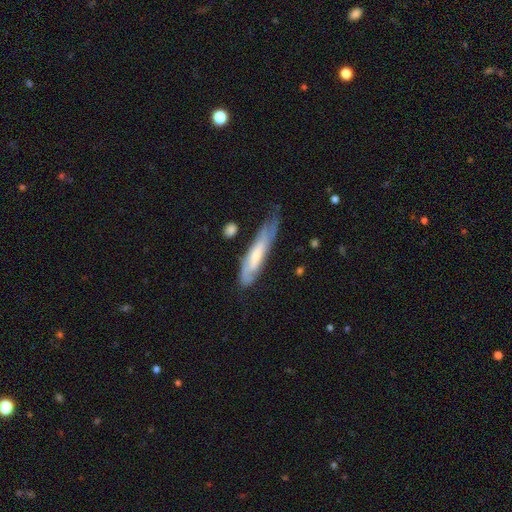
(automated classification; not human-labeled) A featured or disk galaxy (58%).

Vote fractions:
- Smooth or featured? featured or disk: 58% / smooth: 36% / star or artifact: 6%
- Edge-on disk? no: 60% / yes: 40%
- Merging? none: 49% / minor disturbance: 32% / major disturbance: 16% / merger: 3%